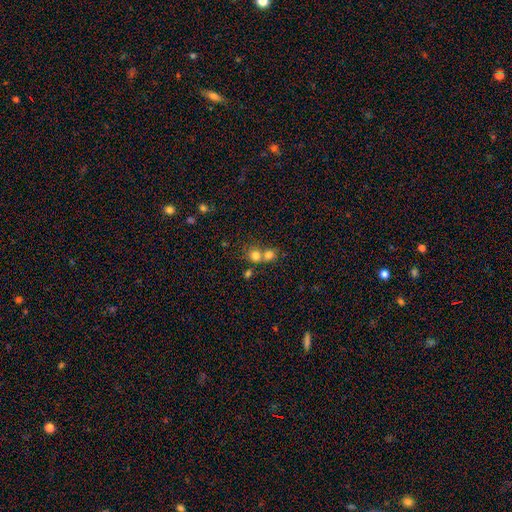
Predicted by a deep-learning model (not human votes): smooth 78%, star or artifact 13%, featured or disk 10%. Down the decision tree: how rounded — round (81%); merging — merger (53%).